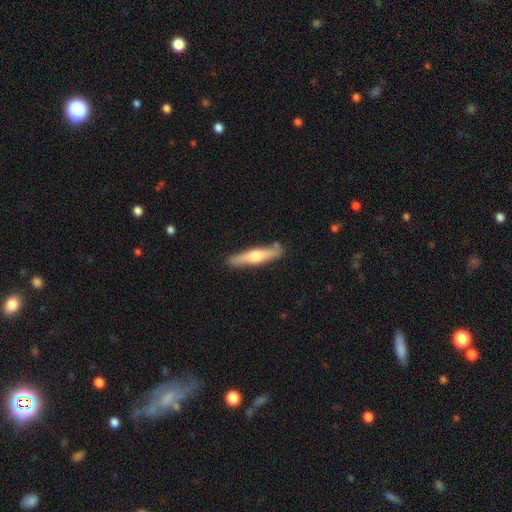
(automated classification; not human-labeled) featured or disk 52%, smooth 43%, star or artifact 6%. Down the decision tree: edge-on disk — yes (93%); merging — none (85%).